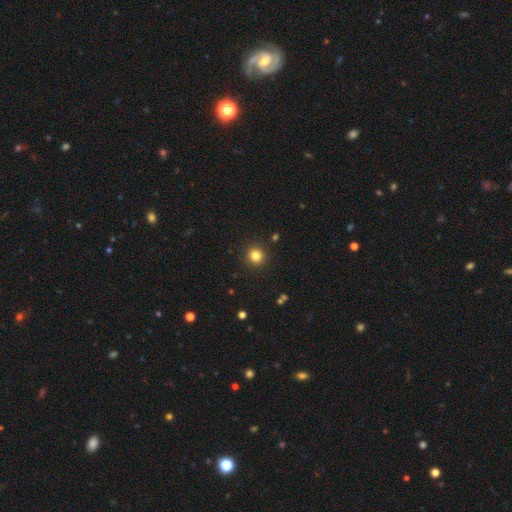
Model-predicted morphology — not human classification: The model was most divided on "smooth or featured": smooth: 82%, star or artifact: 13%, featured or disk: 5%. More confident: how rounded — round (94%); merging — none (92%).